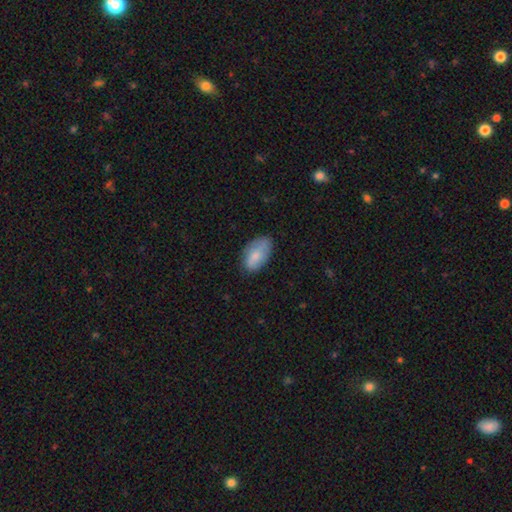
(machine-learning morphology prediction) This is likely a smooth galaxy (76%). How rounded: clearly in between (94%). Merging: likely none (73%).